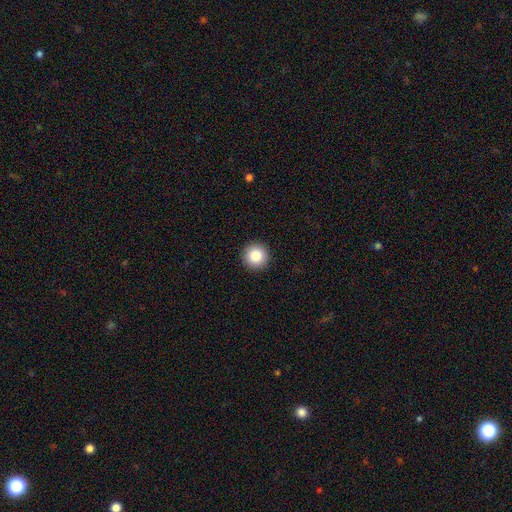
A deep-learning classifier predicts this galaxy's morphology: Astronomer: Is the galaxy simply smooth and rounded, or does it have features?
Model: smooth — 86%.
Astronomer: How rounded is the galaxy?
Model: round — 96%.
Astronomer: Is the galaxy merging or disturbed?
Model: none — 93%.